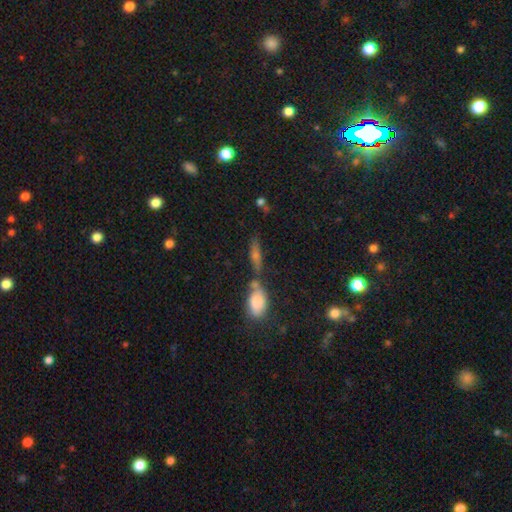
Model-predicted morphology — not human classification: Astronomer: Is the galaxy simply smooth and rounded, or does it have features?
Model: smooth — 43% (runner-up: featured or disk, 41%).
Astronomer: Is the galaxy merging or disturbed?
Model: none — 61%.